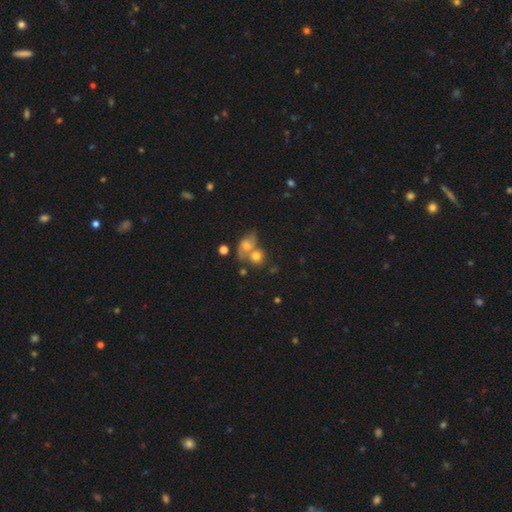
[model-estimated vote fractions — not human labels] This is likely a smooth galaxy (67%). How rounded: likely round (74%). Merging: possibly merger (50%).